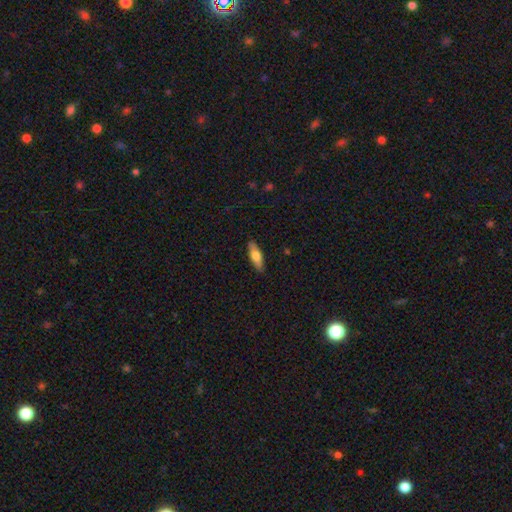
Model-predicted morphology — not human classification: type=smooth (69%); roundness=in between (57%); merging=none (87%).